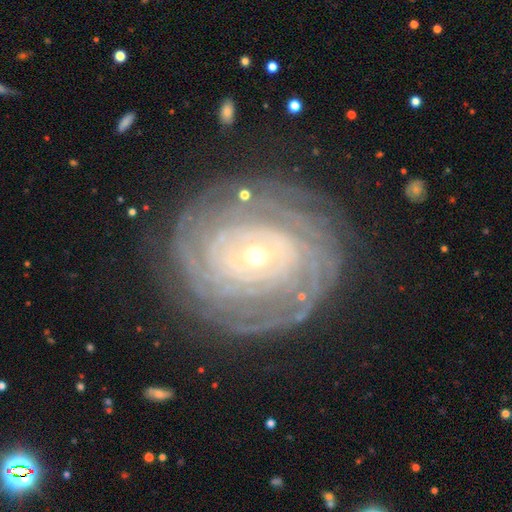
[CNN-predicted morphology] The model was most divided on "spiral arm count": can't tell: 36%, more than 4: 18%, 4: 15%, 2: 12%, 3: 12%, 1: 7%. More confident: edge-on disk — no (97%); spiral arms — yes (94%); spiral winding — tight (87%); smooth or featured — featured or disk (86%); merging — none (80%); bulge size — small (70%); bar — no (66%).